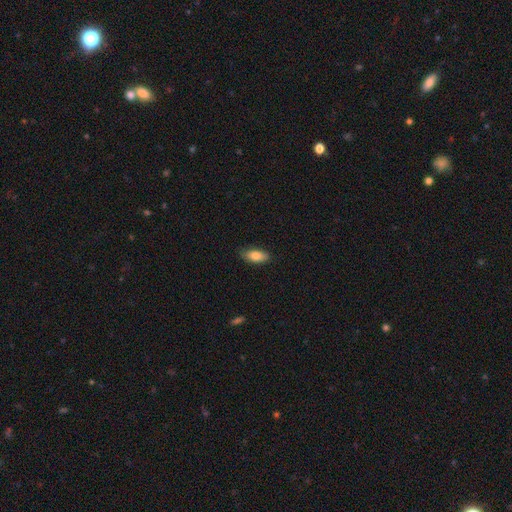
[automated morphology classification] A smooth galaxy with no disk features (83%) that is in between round and cigar-shaped (86%). Merging: none (82%).